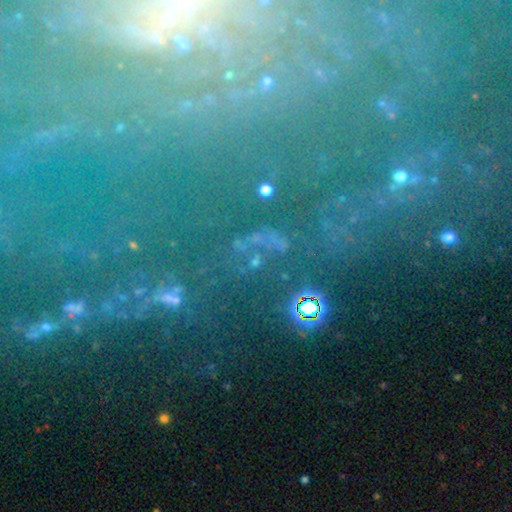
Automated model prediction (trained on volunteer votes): star or artifact 49%, featured or disk 33%, smooth 18%.